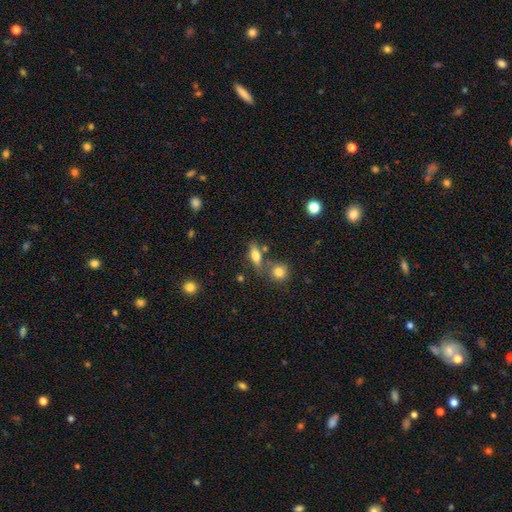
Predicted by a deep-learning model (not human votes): Smooth or featured?
  - smooth: 67% *
  - featured or disk: 23%
  - star or artifact: 10%
How rounded?
  - in between: 66% *
  - cigar-shaped: 26%
  - round: 8%
Merging?
  - none: 60% *
  - merger: 21%
  - minor disturbance: 14%
  - major disturbance: 6%